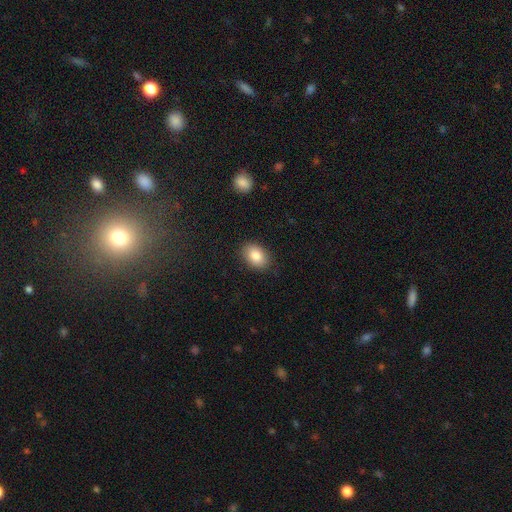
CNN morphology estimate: Smooth or featured: smooth — 85% (star or artifact — 8%)
How rounded: in between — 81% (round — 18%)
Merging: none — 86% (minor disturbance — 10%)